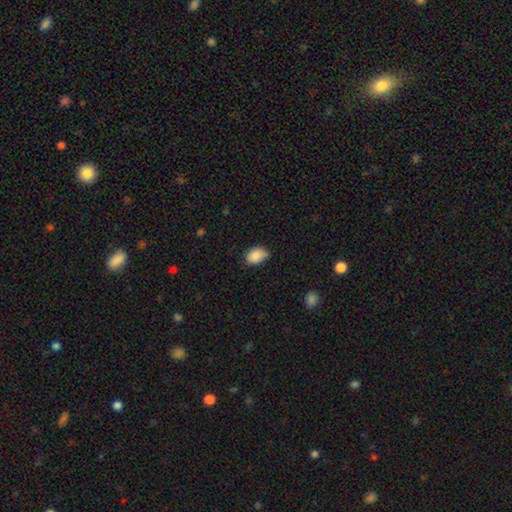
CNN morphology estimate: Smooth or featured: smooth — 88% (star or artifact — 8%)
How rounded: in between — 84% (round — 15%)
Merging: none — 63% (minor disturbance — 31%)